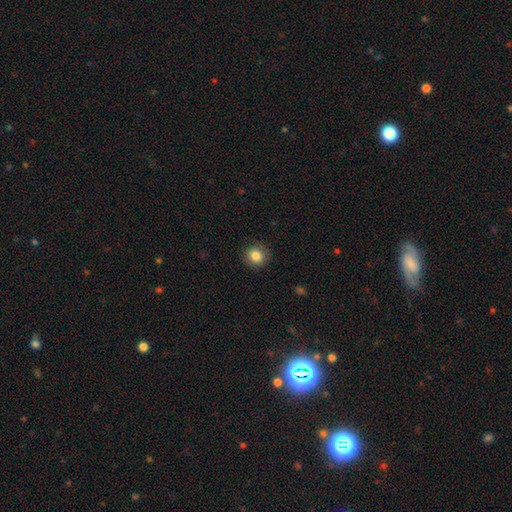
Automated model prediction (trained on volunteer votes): Smooth or featured?
  - smooth: 85% *
  - star or artifact: 9%
  - featured or disk: 6%
How rounded?
  - round: 88% *
  - in between: 11%
  - cigar-shaped: 1%
Merging?
  - none: 89% *
  - minor disturbance: 7%
  - major disturbance: 2%
  - merger: 1%